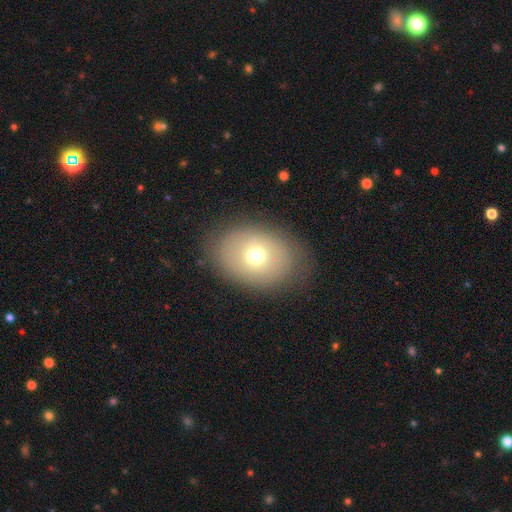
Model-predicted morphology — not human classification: Smooth or featured: smooth — 65% (featured or disk — 24%)
How rounded: in between — 72% (round — 27%)
Merging: none — 84% (minor disturbance — 11%)